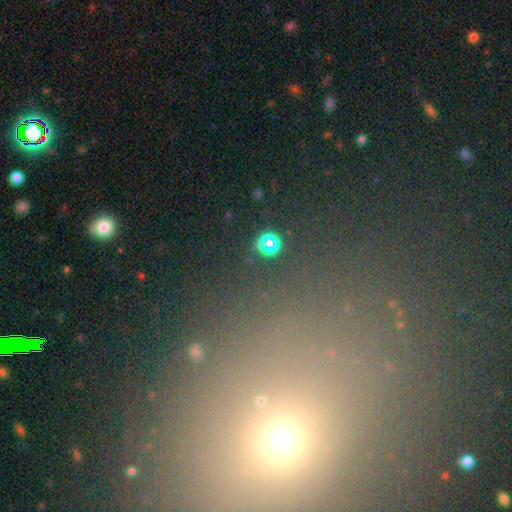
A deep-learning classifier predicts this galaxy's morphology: Smooth or featured: star or artifact — 54% (smooth — 35%)